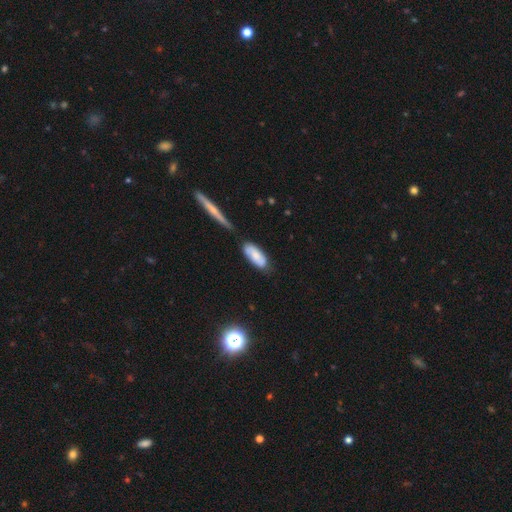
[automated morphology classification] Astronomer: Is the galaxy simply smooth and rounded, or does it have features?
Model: smooth — 67%.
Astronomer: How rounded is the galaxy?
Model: in between — 79%.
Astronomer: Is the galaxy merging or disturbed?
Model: none — 67%.